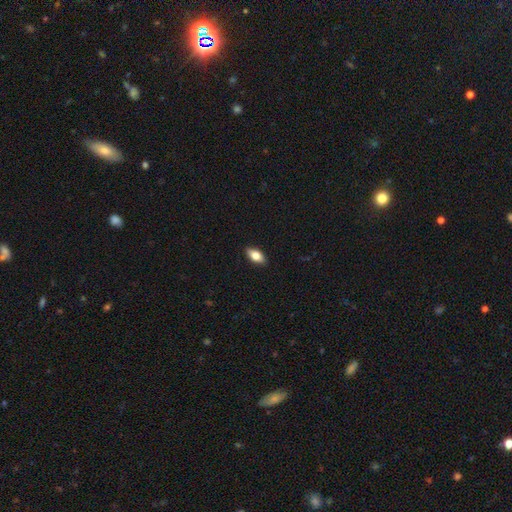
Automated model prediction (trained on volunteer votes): The model was most divided on "smooth or featured": smooth: 77%, featured or disk: 16%, star or artifact: 7%. More confident: merging — none (90%); how rounded — in between (88%).